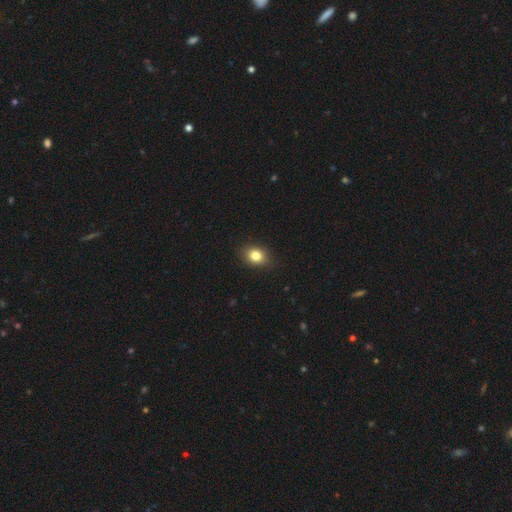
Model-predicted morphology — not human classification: smooth-or-featured: smooth: 82% | star or artifact: 10% | featured or disk: 7%
  how-rounded: in between: 58% | round: 41% | cigar-shaped: 1%
  merging: none: 85% | minor disturbance: 12% | major disturbance: 2% | merger: 1%